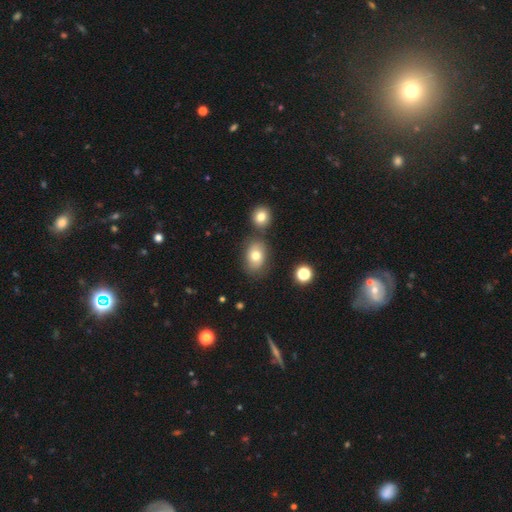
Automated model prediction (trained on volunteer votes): smooth 74%, featured or disk 15%, star or artifact 11%. Down the decision tree: how rounded — in between (72%); merging — none (70%).